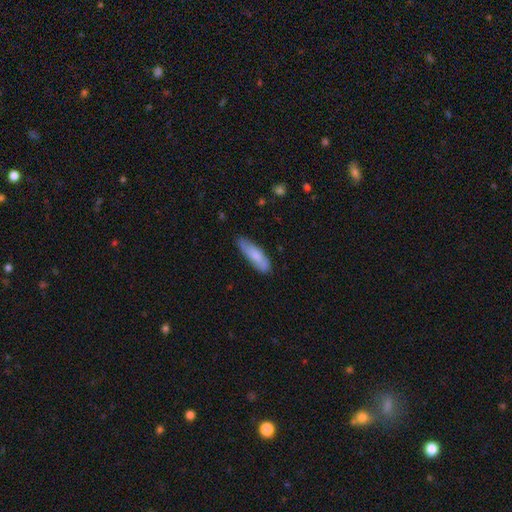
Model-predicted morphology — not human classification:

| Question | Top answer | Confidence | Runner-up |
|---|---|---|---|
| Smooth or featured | smooth | 76% | featured or disk (18%) |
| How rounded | cigar-shaped | 59% | in between (40%) |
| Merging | none | 73% | minor disturbance (22%) |